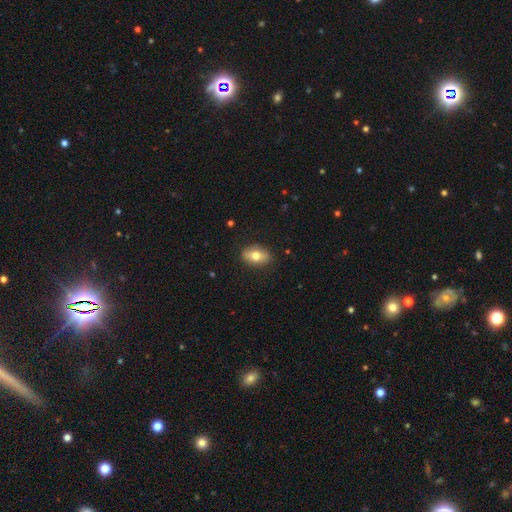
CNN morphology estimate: smooth_or_featured: smooth (p=0.66) [alt: featured or disk p=0.27]
how_rounded: in between (p=0.84) [alt: round p=0.12]
merging: none (p=0.85) [alt: minor disturbance p=0.11]